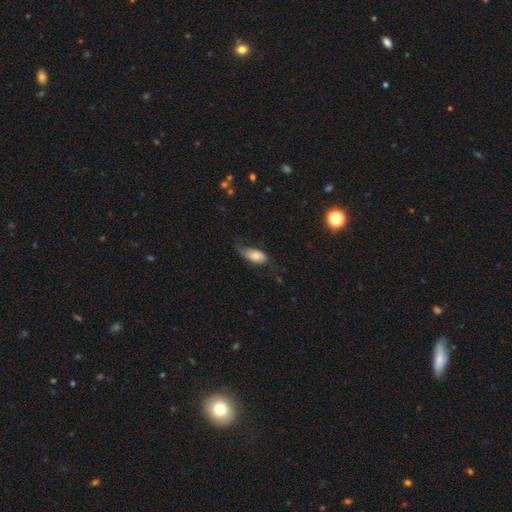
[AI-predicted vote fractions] Smooth or featured? Predicted: smooth (p=0.66). How rounded? Predicted: in between (p=0.90). Merging? Predicted: none (p=0.46).